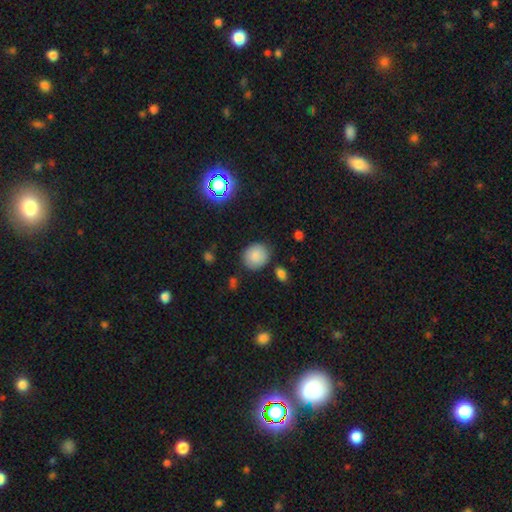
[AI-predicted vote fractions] Morphology: type=smooth (84%); roundness=round (77%); merging=none (83%).